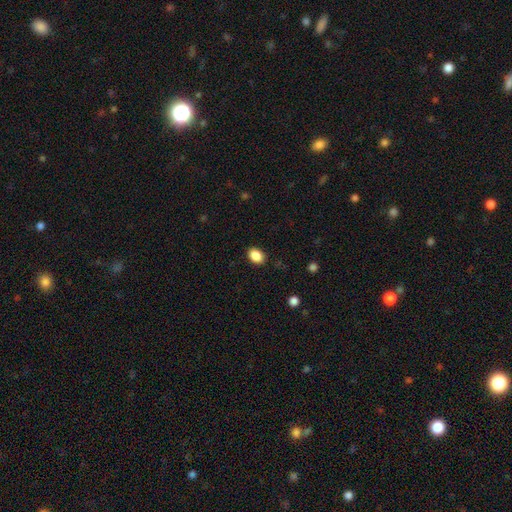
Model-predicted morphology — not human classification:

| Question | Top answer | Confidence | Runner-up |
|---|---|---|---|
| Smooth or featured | smooth | 88% | star or artifact (8%) |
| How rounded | in between | 77% | round (22%) |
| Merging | none | 88% | minor disturbance (9%) |